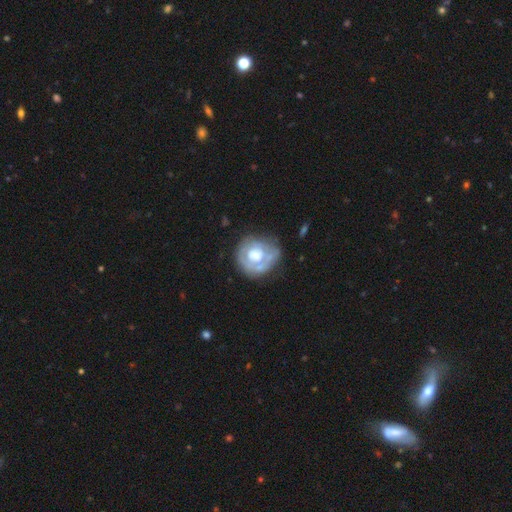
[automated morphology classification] Smooth or featured? Predicted: featured or disk (p=0.59). Edge-on disk? Predicted: no (p=0.97). Bar? Predicted: no (p=0.84). Spiral arms? Predicted: no (p=0.60). Bulge size? Predicted: moderate (p=0.45). Merging? Predicted: none (p=0.60).